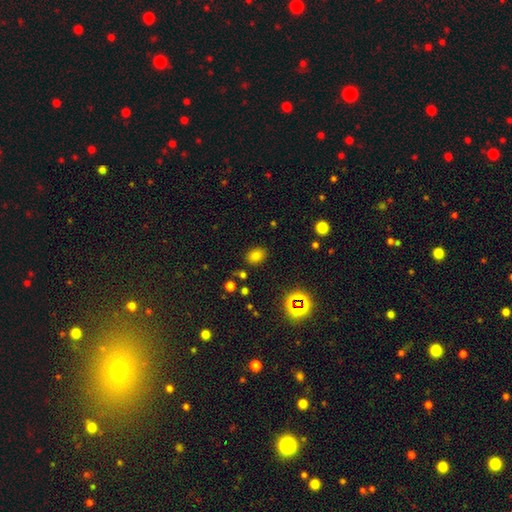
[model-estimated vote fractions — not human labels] Smooth or featured: smooth — 75% (star or artifact — 18%)
How rounded: in between — 63% (round — 36%)
Merging: none — 84% (minor disturbance — 10%)